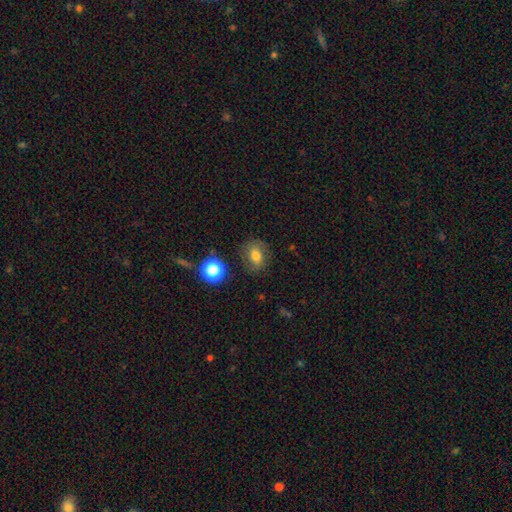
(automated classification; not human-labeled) Smooth or featured? Predicted: smooth (p=0.70). How rounded? Predicted: in between (p=0.53). Merging? Predicted: none (p=0.76).